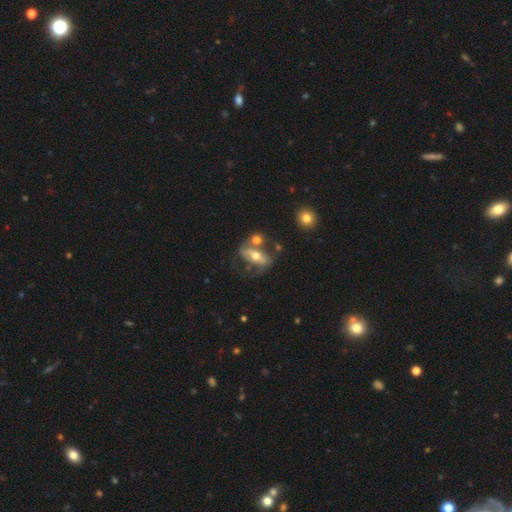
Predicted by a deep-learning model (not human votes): Smooth or featured? featured or disk (60%)
Edge-on disk? no (80%)
Merging? none (43%)